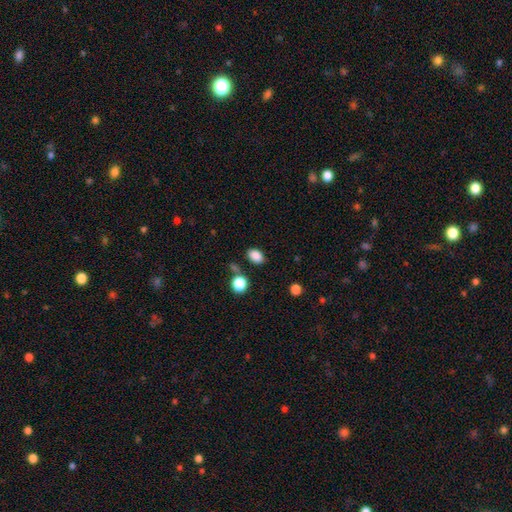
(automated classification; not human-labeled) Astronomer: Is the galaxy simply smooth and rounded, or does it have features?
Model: smooth — 86%.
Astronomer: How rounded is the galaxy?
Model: in between — 82%.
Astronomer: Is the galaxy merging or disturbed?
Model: none — 79%.